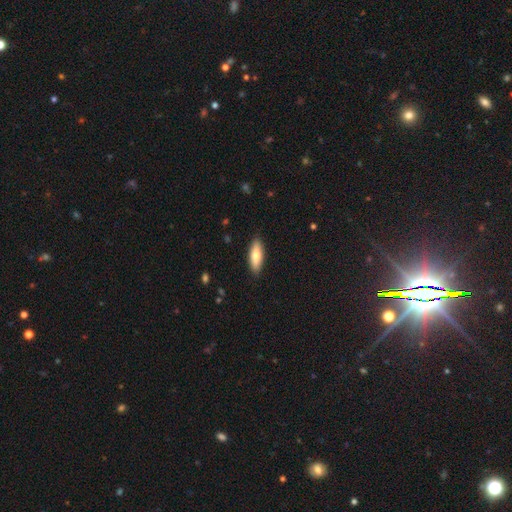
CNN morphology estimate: This is likely a smooth galaxy (75%). How rounded: possibly in between (59%). Merging: clearly none (89%).